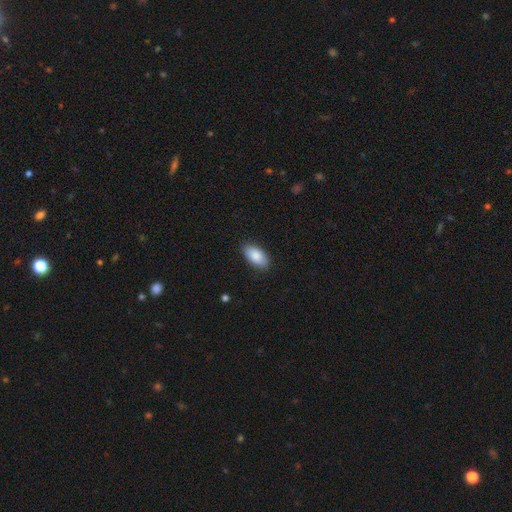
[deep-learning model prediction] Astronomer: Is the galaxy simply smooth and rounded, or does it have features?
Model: smooth — 88%.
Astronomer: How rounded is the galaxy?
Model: in between — 94%.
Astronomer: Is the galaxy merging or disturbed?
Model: none — 88%.